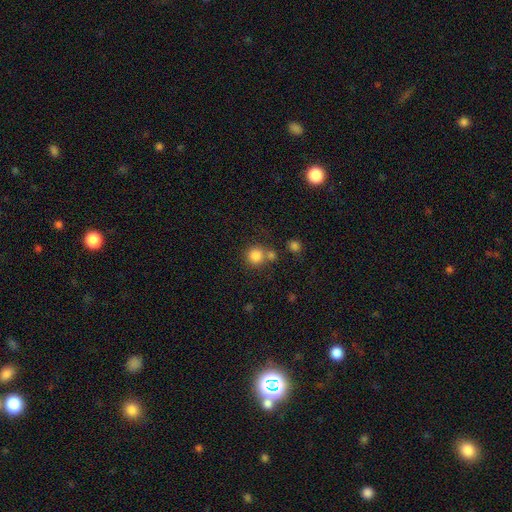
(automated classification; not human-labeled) This appears to be a smooth galaxy with no disk features (83%) that is round (92%). Merging: none (64%).